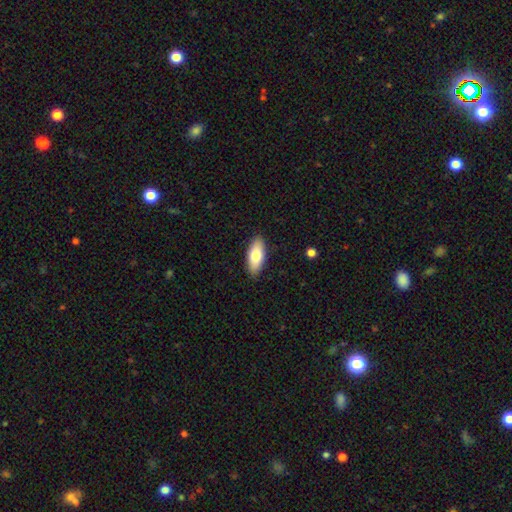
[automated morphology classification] Smooth or featured? smooth (78%)
How rounded? in between (86%)
Merging? none (89%)